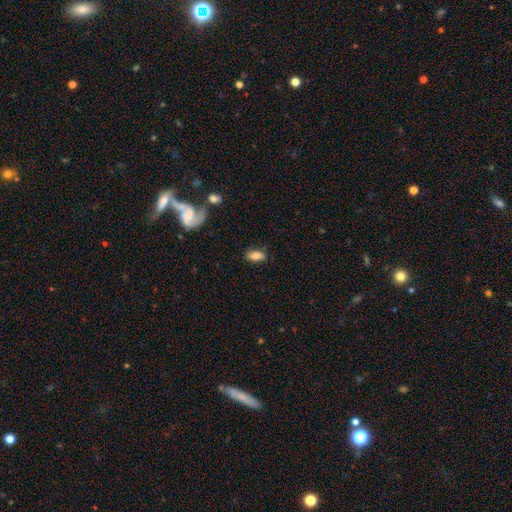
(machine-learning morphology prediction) Overall: smooth (76%). How rounded: in between (86%). Merging: none (76%).